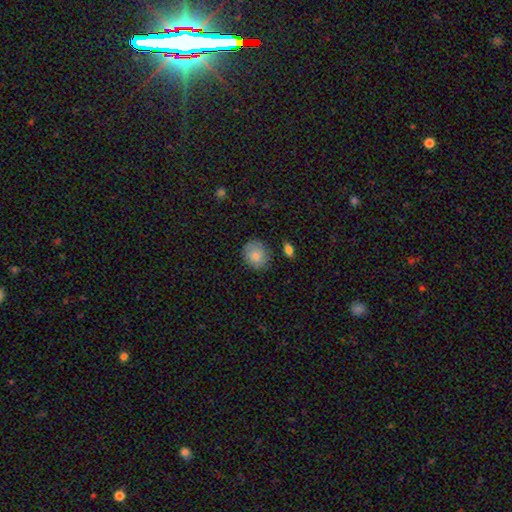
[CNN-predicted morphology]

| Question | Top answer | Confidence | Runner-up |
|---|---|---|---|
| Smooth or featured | smooth | 80% | featured or disk (12%) |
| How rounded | round | 77% | in between (22%) |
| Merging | none | 80% | minor disturbance (15%) |